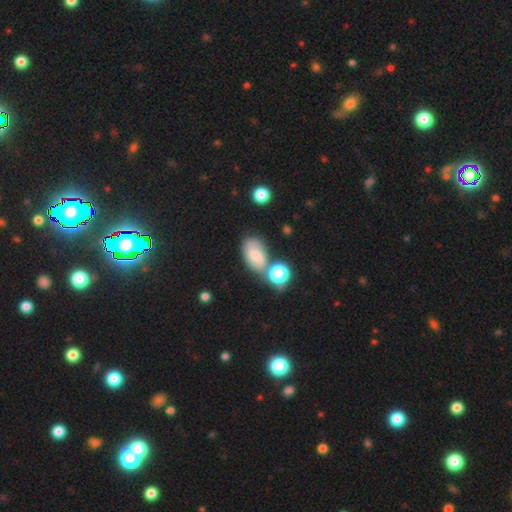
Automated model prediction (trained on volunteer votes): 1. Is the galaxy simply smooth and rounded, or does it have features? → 64% smooth, 23% featured or disk, 12% star or artifact.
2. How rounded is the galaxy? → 86% in between, 12% round, 2% cigar-shaped.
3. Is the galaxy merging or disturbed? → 45% none, 25% merger, 21% minor disturbance, 9% major disturbance.